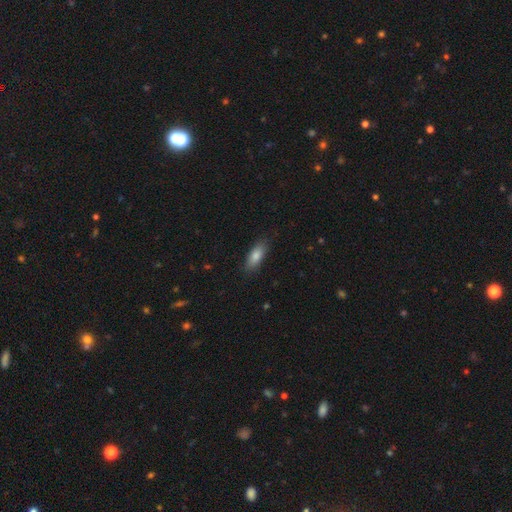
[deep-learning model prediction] Overall: smooth (80%). How rounded: in between (71%). Merging: none (85%).